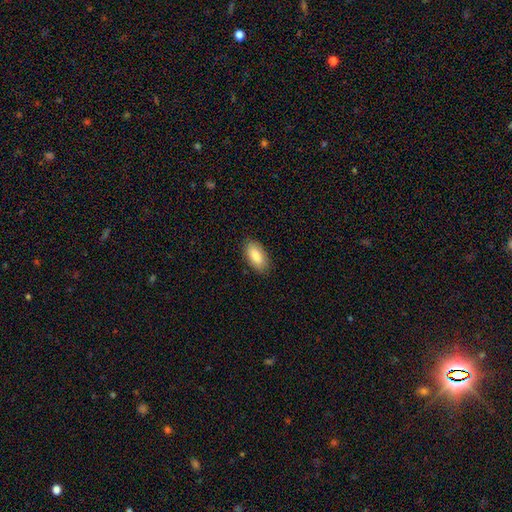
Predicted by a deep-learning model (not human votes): A smooth galaxy with no disk features (86%) that is in between round and cigar-shaped (92%).

Vote fractions:
- Smooth or featured? smooth: 86% / featured or disk: 8% / star or artifact: 6%
- How rounded? in between: 92% / cigar-shaped: 6% / round: 2%
- Merging? none: 87% / minor disturbance: 10% / major disturbance: 2% / merger: 1%